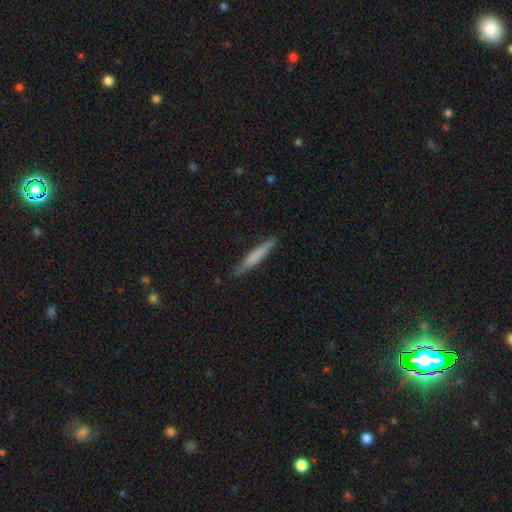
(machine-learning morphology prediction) The model was most divided on "smooth or featured": smooth: 64%, featured or disk: 31%, star or artifact: 5%. More confident: how rounded — cigar-shaped (95%); merging — none (87%).